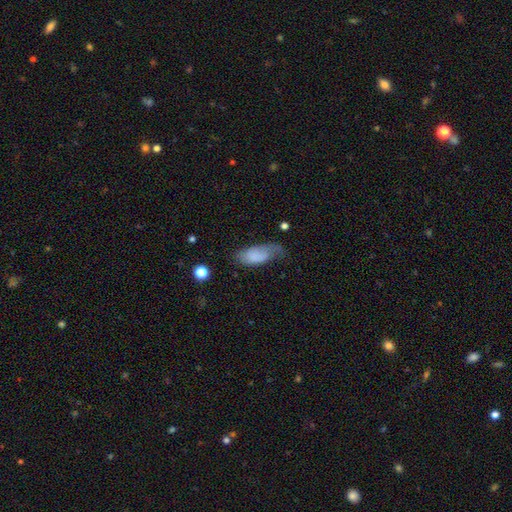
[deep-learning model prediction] Smooth or featured: smooth — 75% (featured or disk — 18%)
How rounded: in between — 86% (cigar-shaped — 11%)
Merging: none — 38% (minor disturbance — 36%)